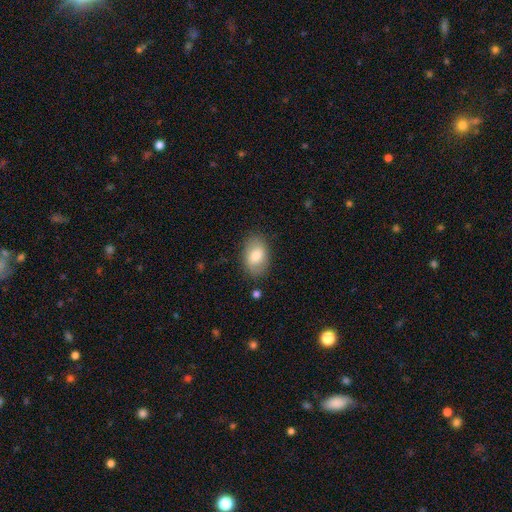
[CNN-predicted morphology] This appears to be a smooth galaxy with no disk features (78%) that is in between round and cigar-shaped (88%). Merging: none (82%).